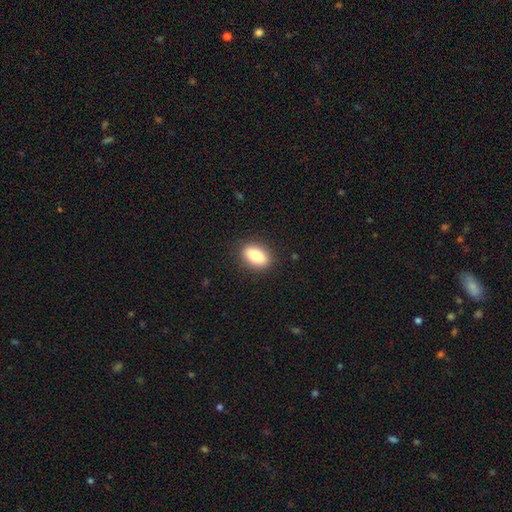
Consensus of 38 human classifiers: A smooth galaxy with no disk features (84%) that is in between round and cigar-shaped (91%).

Vote fractions:
- Smooth or featured? smooth: 84% / featured or disk: 13% / star or artifact: 3%
- How rounded? in between: 91% / cigar-shaped: 6% / round: 3%
- Merging? none: 97% / major disturbance: 3% / minor disturbance: 0% / merger: 0%